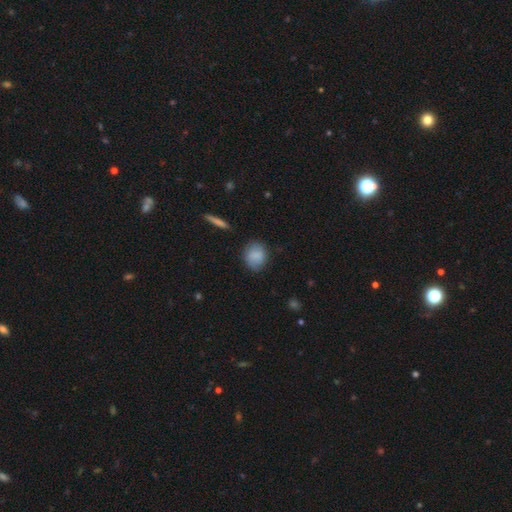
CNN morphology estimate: smooth-or-featured: smooth: 83% | featured or disk: 9% | star or artifact: 8%
  how-rounded: round: 65% | in between: 34% | cigar-shaped: 2%
  merging: none: 76% | minor disturbance: 18% | major disturbance: 4% | merger: 2%